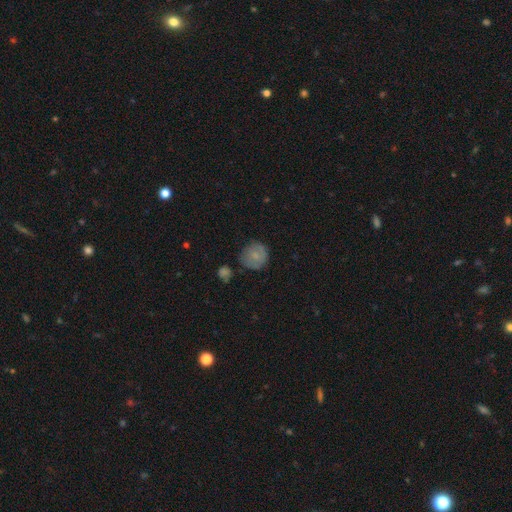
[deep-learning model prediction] Q: Smooth or featured?
A: smooth (74%); runner-up: featured or disk (18%)
Q: How rounded?
A: round (88%); runner-up: in between (11%)
Q: Merging?
A: none (70%); runner-up: minor disturbance (20%)